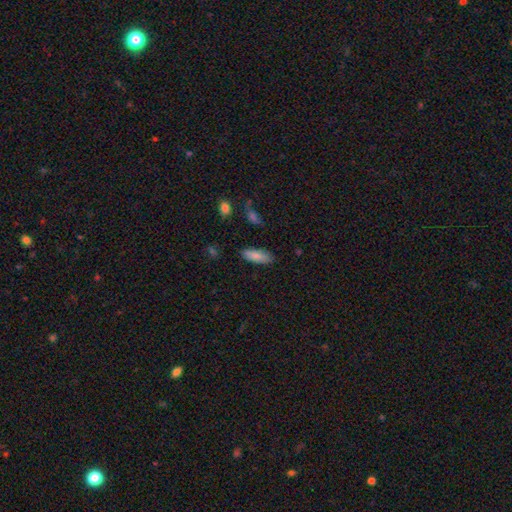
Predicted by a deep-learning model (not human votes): This is clearly a smooth galaxy (85%). How rounded: likely in between (69%). Merging: clearly none (86%).